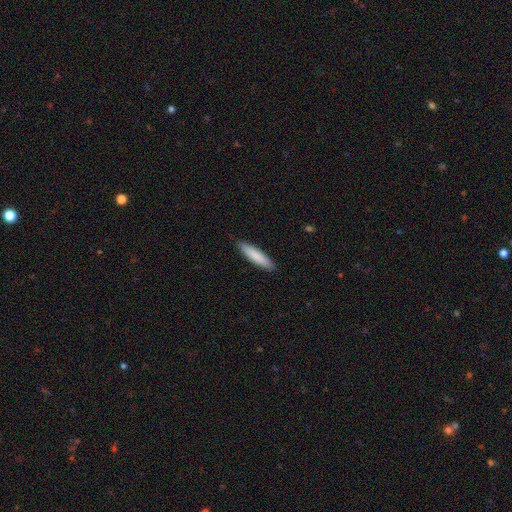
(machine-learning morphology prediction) Smooth or featured? Predicted: smooth (p=0.85). How rounded? Predicted: cigar-shaped (p=0.82). Merging? Predicted: none (p=0.90).